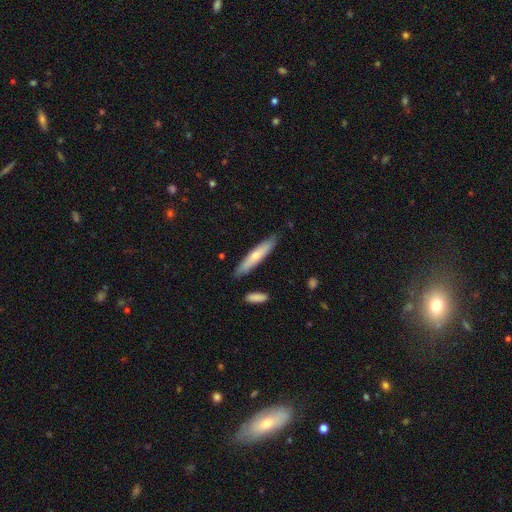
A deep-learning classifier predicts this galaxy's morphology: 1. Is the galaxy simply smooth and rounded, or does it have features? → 65% smooth, 30% featured or disk, 5% star or artifact.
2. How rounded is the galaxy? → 90% cigar-shaped, 9% in between, 1% round.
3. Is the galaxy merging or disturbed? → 85% none, 11% minor disturbance, 3% merger, 2% major disturbance.